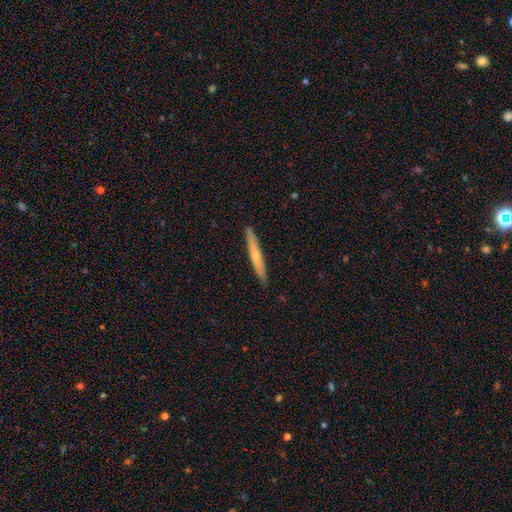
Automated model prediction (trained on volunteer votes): Q: Smooth or featured?
A: smooth (49%); runner-up: featured or disk (45%)
Q: Merging?
A: none (90%); runner-up: minor disturbance (8%)